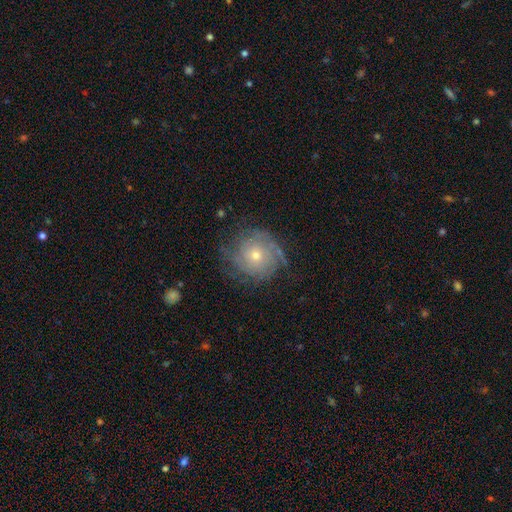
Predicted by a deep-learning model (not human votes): smooth-or-featured: featured or disk: 66% | smooth: 25% | star or artifact: 9%
  disk-edge-on: no: 97% | yes: 3%
    bar: no: 84% | weak: 13% | strong: 3%
    has-spiral-arms: yes: 84% | no: 16%
      spiral-winding: tight: 66% | medium: 24% | loose: 10%
      spiral-arm-count: can't tell: 48% | 2: 18% | 3: 14% | 4: 8% | 1: 6% | more than 4: 5%
    bulge-size: small: 51% | moderate: 44% | large: 3% | none: 1% | dominant: 1%
  merging: none: 71% | minor disturbance: 18% | major disturbance: 10% | merger: 2%